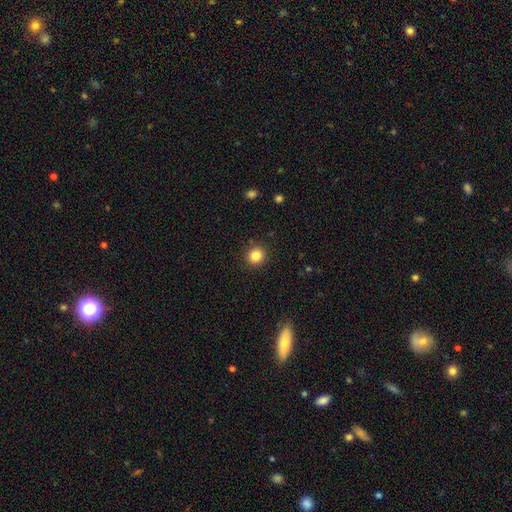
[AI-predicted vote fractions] Morphology: type=smooth (84%); roundness=round (94%); merging=none (91%).